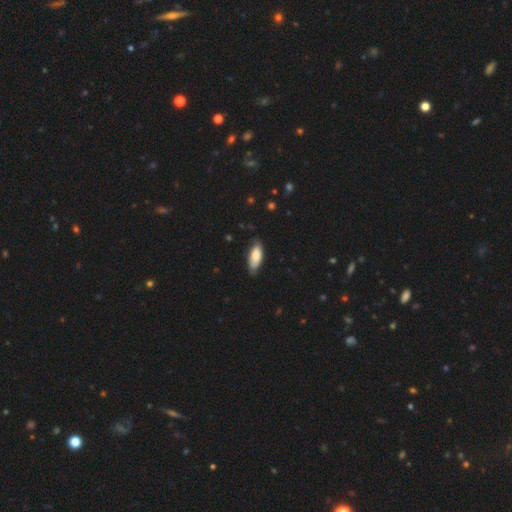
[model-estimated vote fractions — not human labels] A smooth galaxy with no disk features (78%) that is in between round and cigar-shaped (82%).

Vote fractions:
- Smooth or featured? smooth: 78% / featured or disk: 16% / star or artifact: 6%
- How rounded? in between: 82% / cigar-shaped: 16% / round: 2%
- Merging? none: 70% / minor disturbance: 25% / major disturbance: 4% / merger: 1%